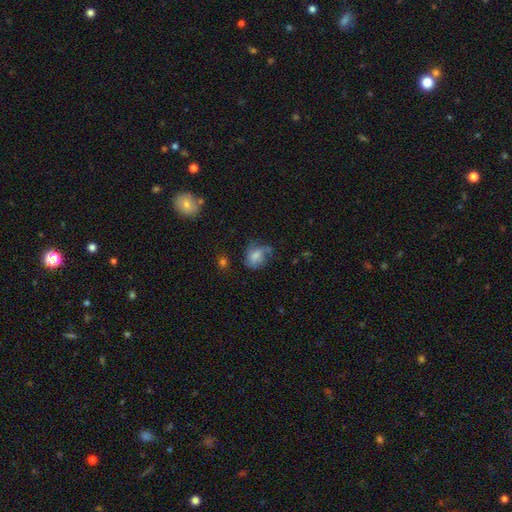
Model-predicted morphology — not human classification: Smooth or featured: smooth — 55% (featured or disk — 34%)
How rounded: in between — 59% (round — 39%)
Merging: none — 42% (minor disturbance — 28%)